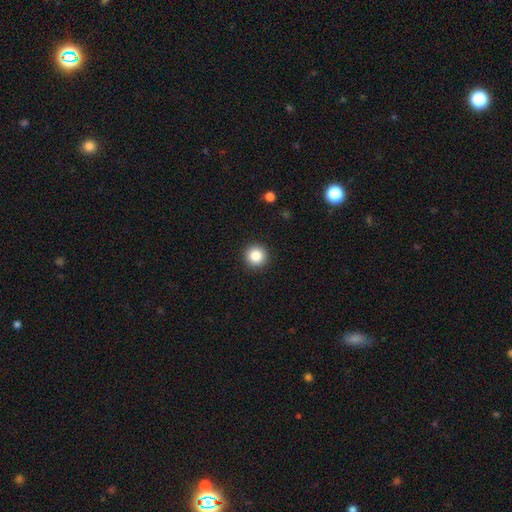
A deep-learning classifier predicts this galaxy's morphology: A smooth galaxy with no disk features (85%) that is round (96%). Merging: none (93%).